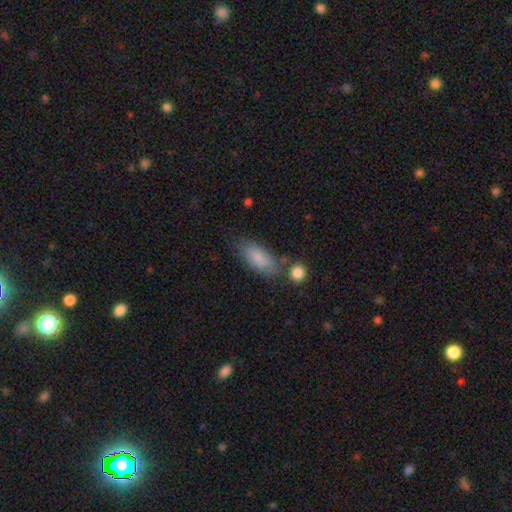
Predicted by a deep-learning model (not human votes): Smooth or featured: smooth — 82% (featured or disk — 11%)
How rounded: in between — 84% (cigar-shaped — 13%)
Merging: none — 67% (minor disturbance — 18%)